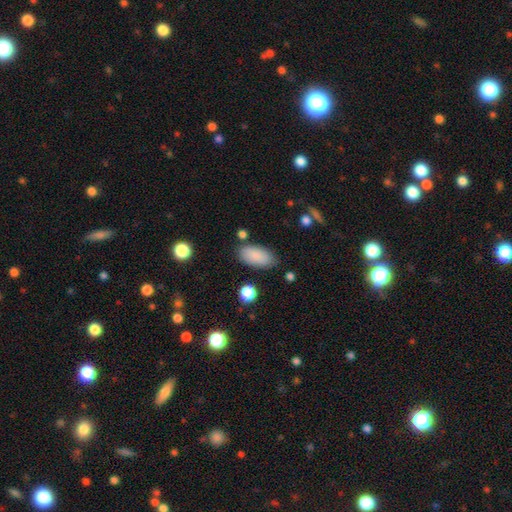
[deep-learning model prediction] A smooth galaxy with no disk features (88%) that is in between round and cigar-shaped (92%). Merging: none (79%).